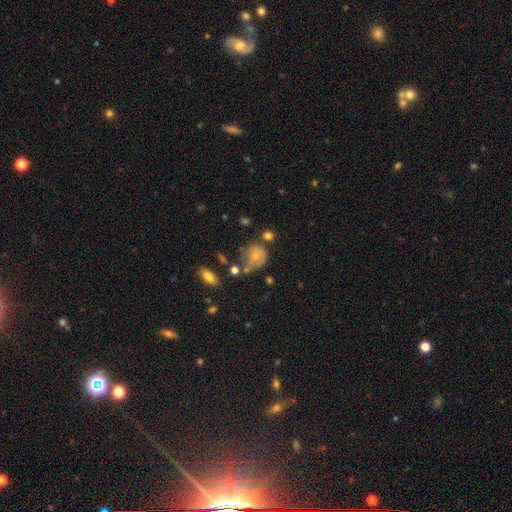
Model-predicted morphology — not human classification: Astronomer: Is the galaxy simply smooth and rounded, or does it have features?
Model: smooth — 63%.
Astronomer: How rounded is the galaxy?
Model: round — 60% (runner-up: in between, 39%).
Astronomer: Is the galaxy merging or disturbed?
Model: none — 33% (runner-up: minor disturbance, 30%).